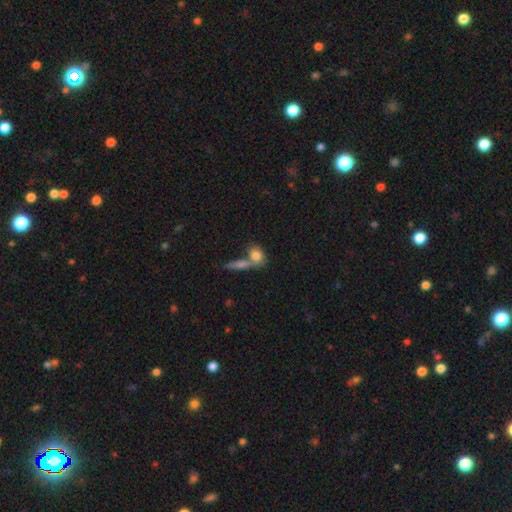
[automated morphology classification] Smooth or featured? Predicted: smooth (p=0.79). How rounded? Predicted: in between (p=0.52). Merging? Predicted: merger (p=0.43).